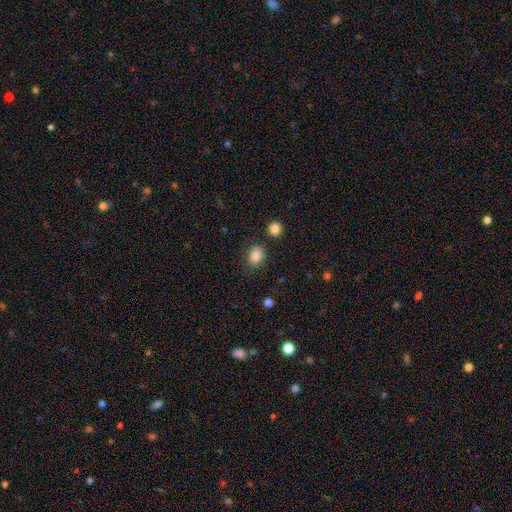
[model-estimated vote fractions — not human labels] Overall: smooth (86%). How rounded: in between (60%; round 39%). Merging: none (80%).